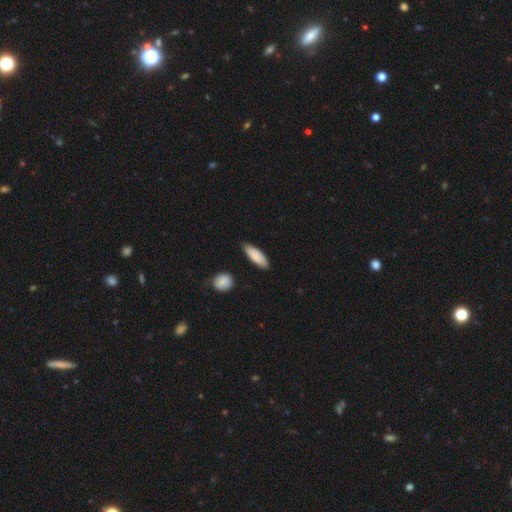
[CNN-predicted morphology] This appears to be a smooth galaxy with no disk features (87%) that is in between round and cigar-shaped (64%). Merging: none (81%).